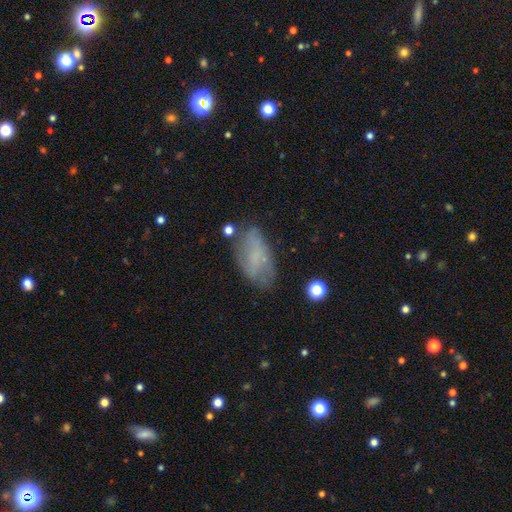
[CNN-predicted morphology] smooth-or-featured: smooth: 56% | featured or disk: 33% | star or artifact: 11%
  how-rounded: in between: 90% | cigar-shaped: 6% | round: 4%
  merging: none: 59% | minor disturbance: 26% | major disturbance: 11% | merger: 4%